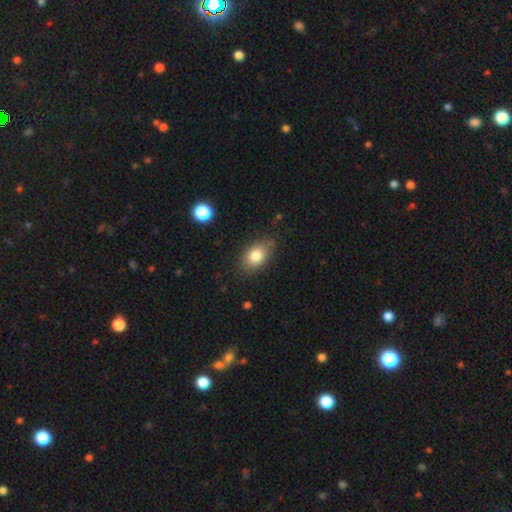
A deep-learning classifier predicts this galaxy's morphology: Q: Smooth or featured?
A: smooth (80%); runner-up: featured or disk (11%)
Q: How rounded?
A: in between (84%); runner-up: round (14%)
Q: Merging?
A: none (78%); runner-up: minor disturbance (17%)